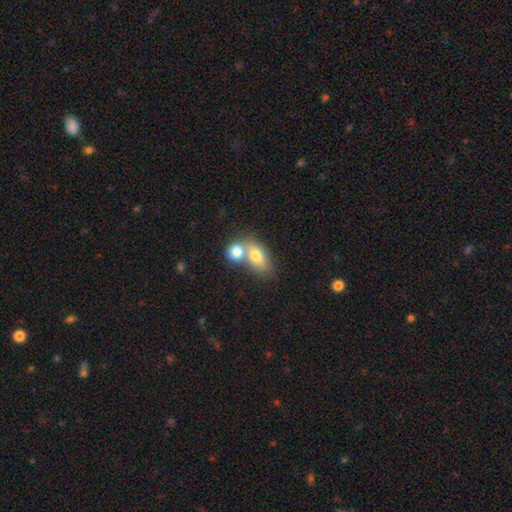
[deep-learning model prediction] Smooth or featured?
  - smooth: 77% *
  - featured or disk: 16%
  - star or artifact: 8%
How rounded?
  - in between: 80% *
  - round: 16%
  - cigar-shaped: 4%
Merging?
  - merger: 60% *
  - none: 28%
  - minor disturbance: 8%
  - major disturbance: 4%